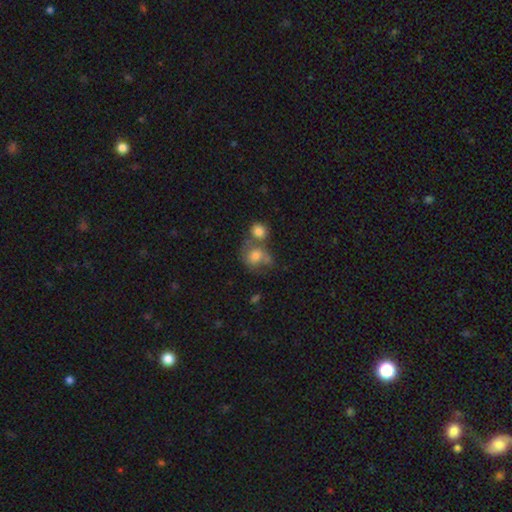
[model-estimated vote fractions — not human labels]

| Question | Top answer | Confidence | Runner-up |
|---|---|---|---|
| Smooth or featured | smooth | 69% | featured or disk (22%) |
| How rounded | round | 60% | in between (39%) |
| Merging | merger | 47% | none (29%) |